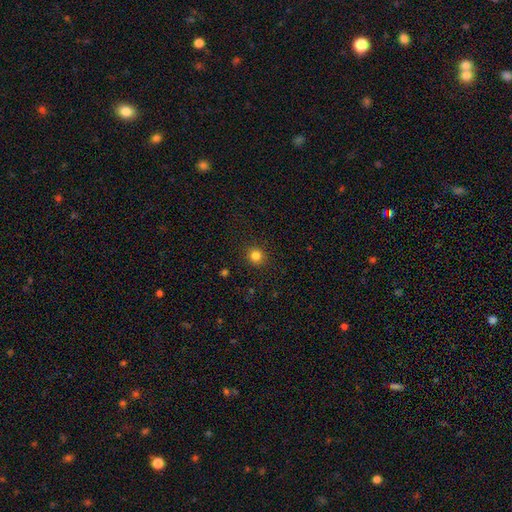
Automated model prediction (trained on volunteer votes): Q: Smooth or featured?
A: smooth (83%); runner-up: star or artifact (13%)
Q: How rounded?
A: round (91%); runner-up: in between (9%)
Q: Merging?
A: none (91%); runner-up: minor disturbance (6%)